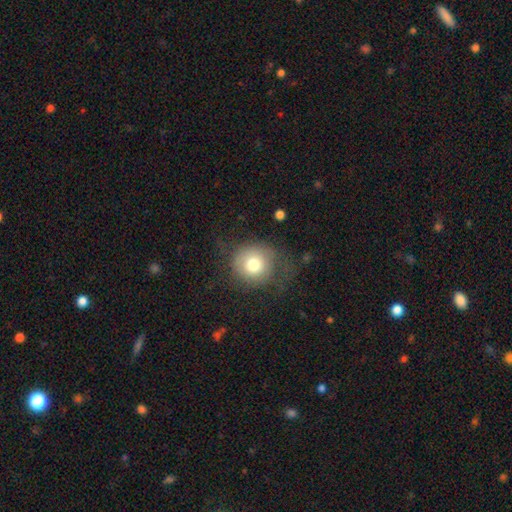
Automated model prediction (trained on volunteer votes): A smooth galaxy with no disk features (73%) that is round (91%). Merging: none (62%).